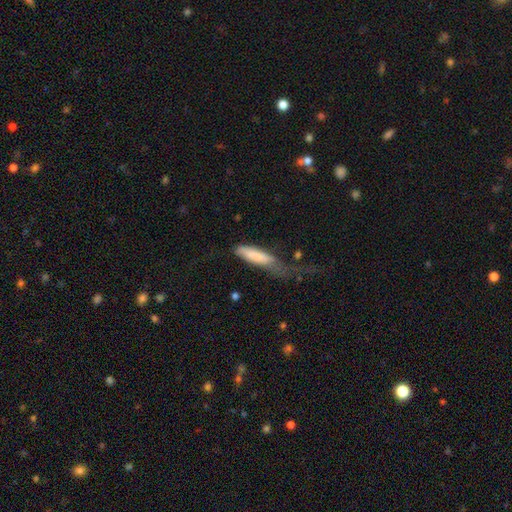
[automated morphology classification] type=smooth (78%); roundness=cigar-shaped (71%); merging=major disturbance (42%).